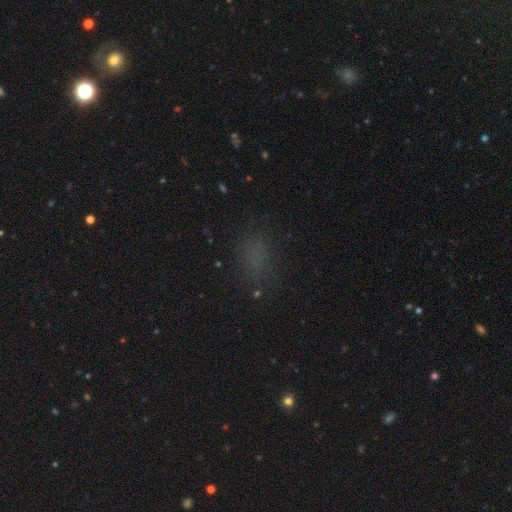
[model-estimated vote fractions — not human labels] This is likely a smooth galaxy (67%). How rounded: likely in between (71%). Merging: likely none (75%).